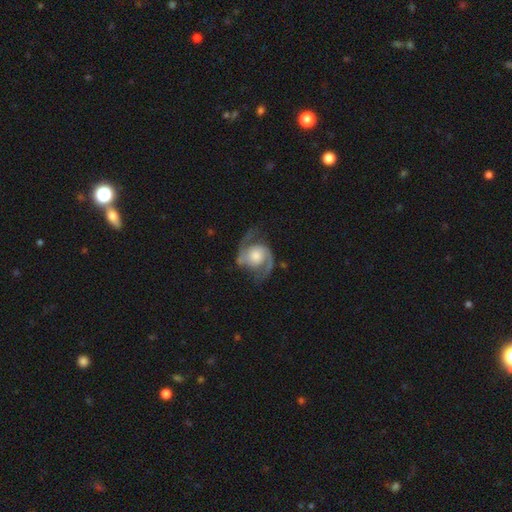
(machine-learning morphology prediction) Smooth or featured? Predicted: featured or disk (p=0.88). Edge-on disk? Predicted: no (p=0.98). Bar? Predicted: no (p=0.71). Spiral arms? Predicted: yes (p=0.97). Spiral winding? Predicted: medium (p=0.53). Spiral arm count? Predicted: 2 (p=0.92). Bulge size? Predicted: moderate (p=0.41). Merging? Predicted: none (p=0.70).